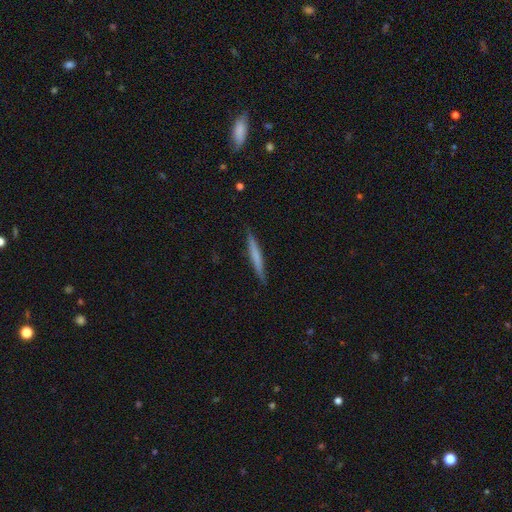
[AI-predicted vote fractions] Smooth or featured? Predicted: smooth (p=0.59). How rounded? Predicted: cigar-shaped (p=0.96). Merging? Predicted: none (p=0.90).